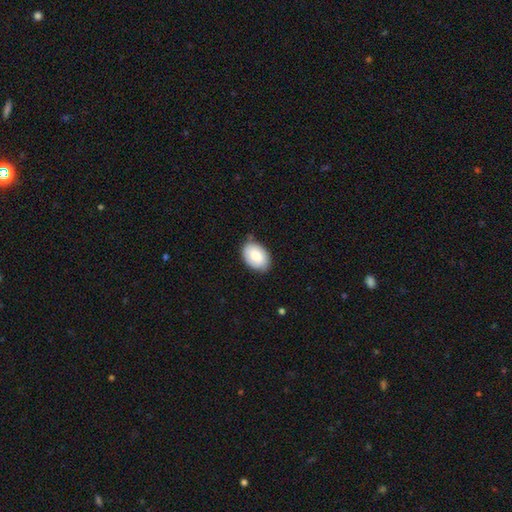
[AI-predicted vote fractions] smooth-or-featured: smooth: 80% | featured or disk: 14% | star or artifact: 6%
  how-rounded: in between: 86% | round: 13% | cigar-shaped: 1%
  merging: none: 74% | minor disturbance: 22% | major disturbance: 3% | merger: 2%